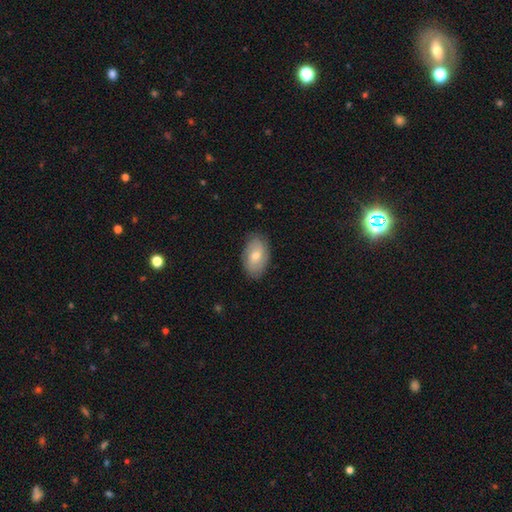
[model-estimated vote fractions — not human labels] A smooth galaxy with no disk features (66%) that is in between round and cigar-shaped (91%). Merging: none (81%).